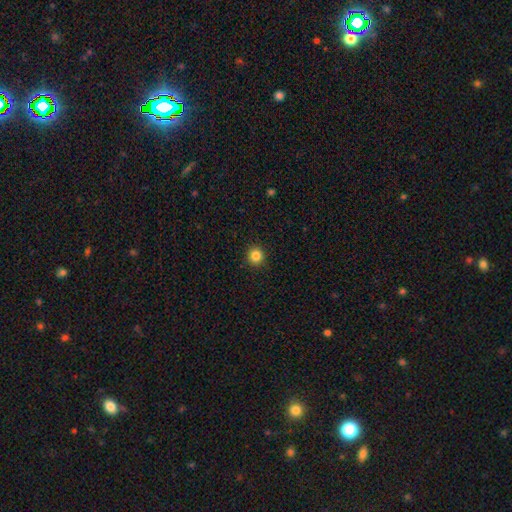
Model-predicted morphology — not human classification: A smooth galaxy with no disk features (84%) that is round (94%).

Vote fractions:
- Smooth or featured? smooth: 84% / star or artifact: 12% / featured or disk: 4%
- How rounded? round: 94% / in between: 6% / cigar-shaped: 1%
- Merging? none: 93% / minor disturbance: 5% / major disturbance: 2% / merger: 1%